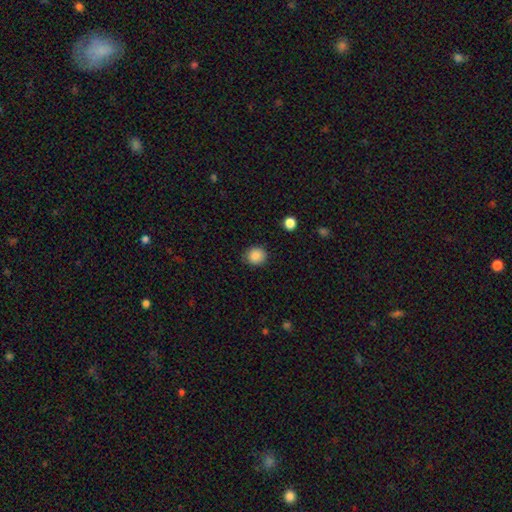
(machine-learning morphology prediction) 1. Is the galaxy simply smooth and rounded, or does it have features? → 88% smooth, 9% star or artifact, 3% featured or disk.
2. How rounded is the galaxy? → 85% round, 14% in between, 1% cigar-shaped.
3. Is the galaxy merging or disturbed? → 87% none, 9% minor disturbance, 3% major disturbance, 1% merger.